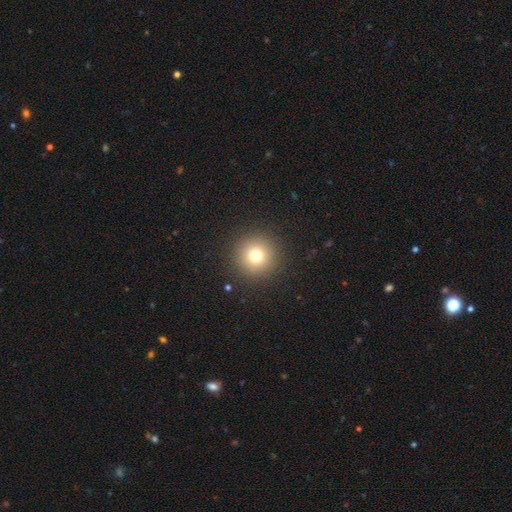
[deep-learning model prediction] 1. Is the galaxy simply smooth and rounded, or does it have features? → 75% smooth, 15% star or artifact, 10% featured or disk.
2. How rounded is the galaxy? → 96% round, 3% in between, 1% cigar-shaped.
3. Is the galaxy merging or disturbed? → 91% none, 5% minor disturbance, 3% major disturbance, 1% merger.